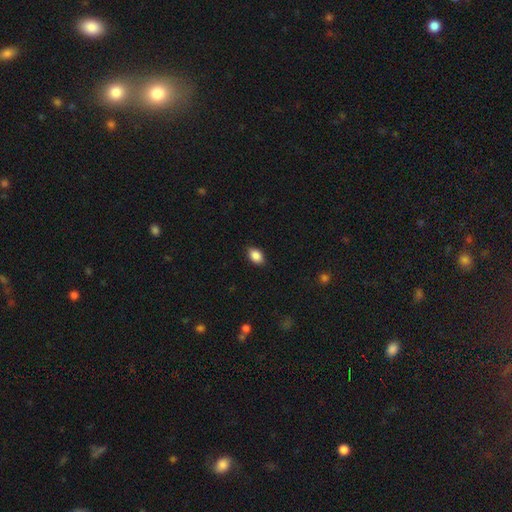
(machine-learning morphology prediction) Smooth or featured? smooth (88%)
How rounded? in between (86%)
Merging? none (86%)